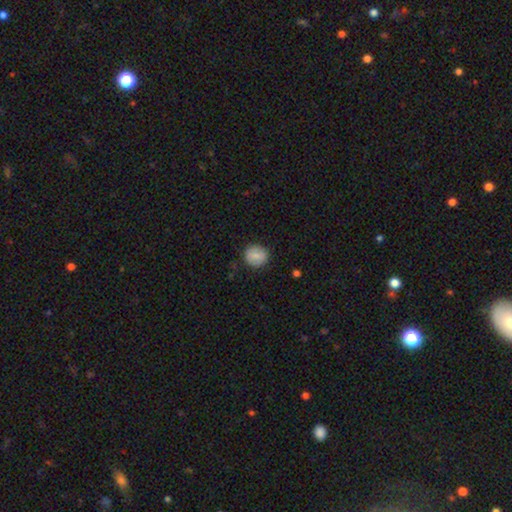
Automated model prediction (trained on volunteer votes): A smooth galaxy with no disk features (82%) that is round (87%). Merging: none (88%).